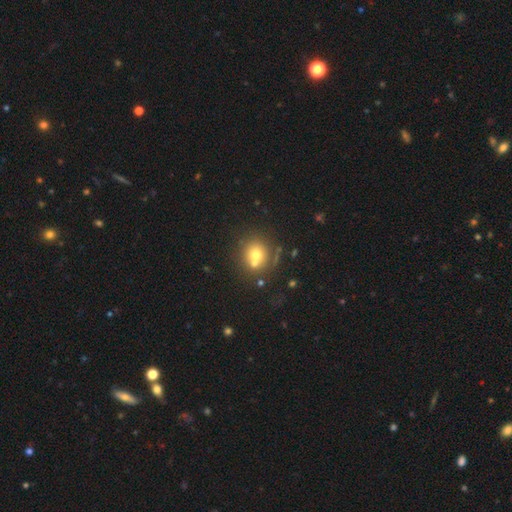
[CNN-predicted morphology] Smooth or featured? smooth (67%)
How rounded? round (83%)
Merging? none (50%)